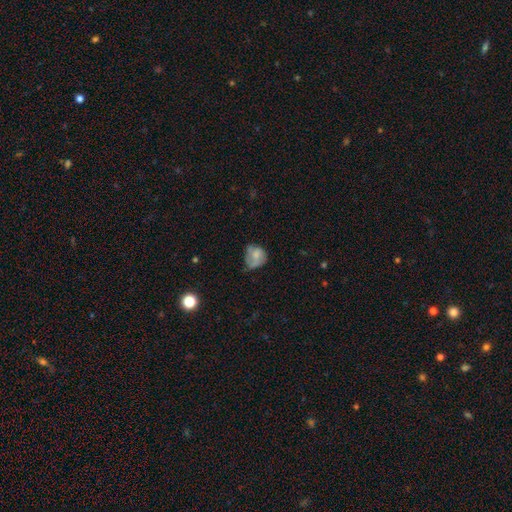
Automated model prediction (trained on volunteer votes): Morphology: type=smooth (63%); roundness=round (58%); merging=none (37%).